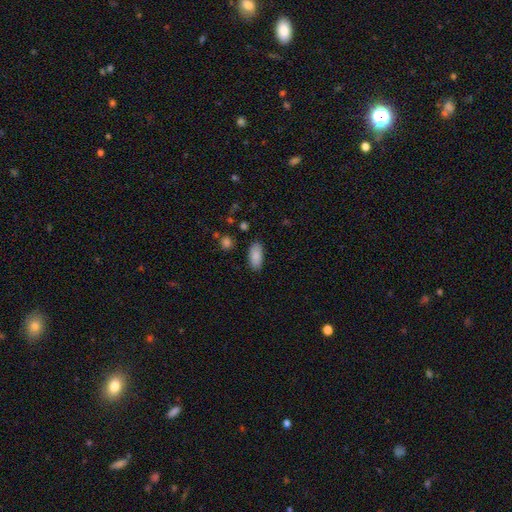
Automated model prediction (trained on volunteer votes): Smooth or featured? smooth (88%)
How rounded? in between (87%)
Merging? none (85%)